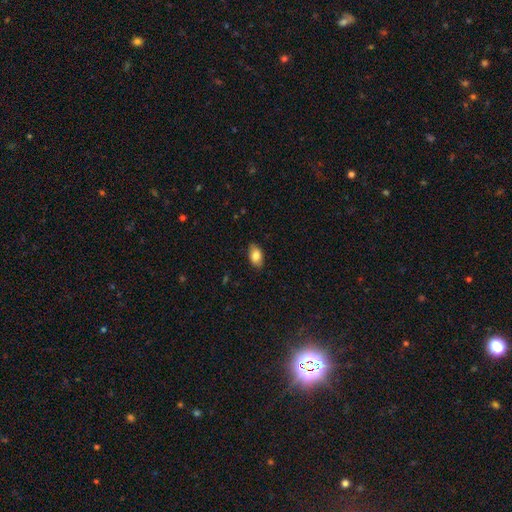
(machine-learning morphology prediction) smooth_or_featured: smooth (p=0.83) [alt: featured or disk p=0.10]
how_rounded: in between (p=0.91) [alt: round p=0.07]
merging: none (p=0.84) [alt: minor disturbance p=0.12]